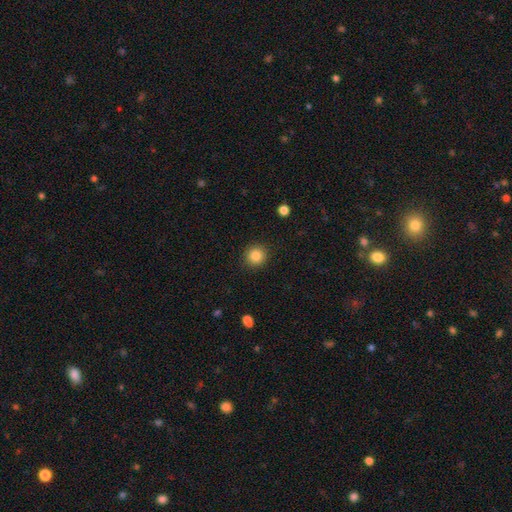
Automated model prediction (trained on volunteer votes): Overall: smooth (85%). How rounded: round (93%). Merging: none (91%).